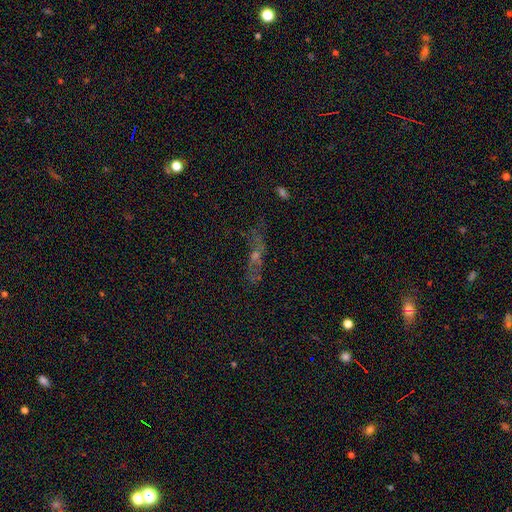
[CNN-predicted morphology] Smooth or featured: featured or disk — 40% (star or artifact — 30%)
Merging: none — 60% (minor disturbance — 19%)